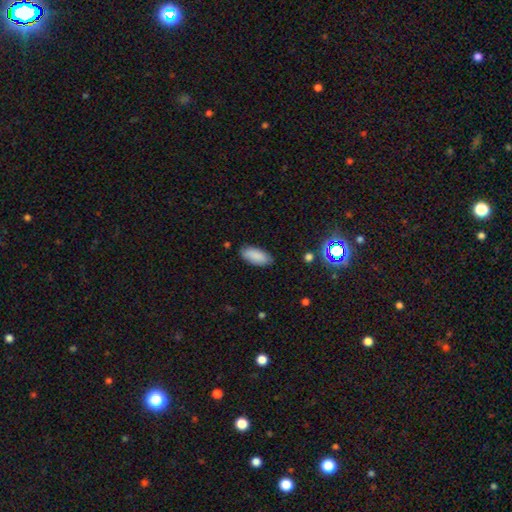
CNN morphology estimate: Smooth or featured? Predicted: smooth (p=0.87). How rounded? Predicted: in between (p=0.87). Merging? Predicted: none (p=0.84).